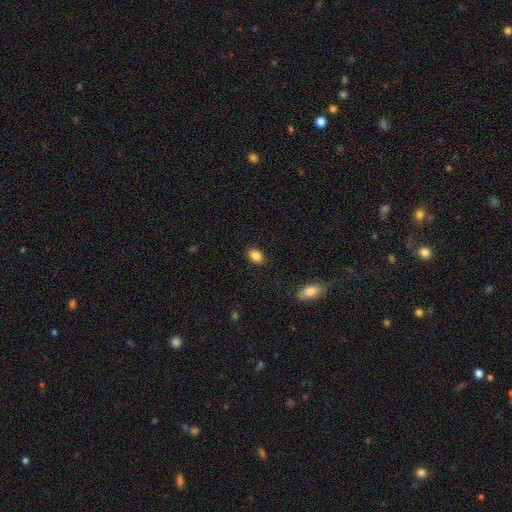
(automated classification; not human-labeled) smooth-or-featured: smooth: 87% | star or artifact: 9% | featured or disk: 4%
  how-rounded: in between: 80% | round: 19% | cigar-shaped: 1%
  merging: none: 88% | minor disturbance: 8% | major disturbance: 2% | merger: 1%